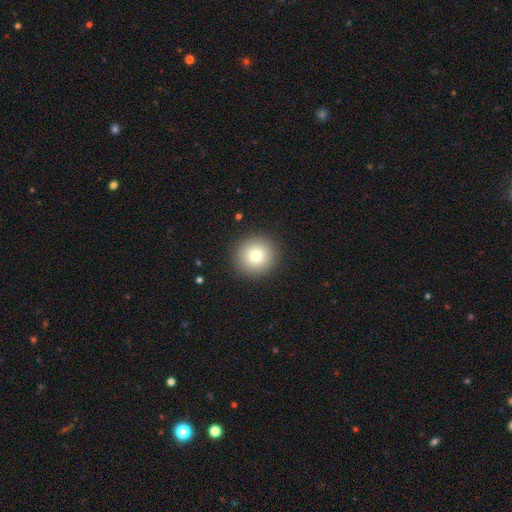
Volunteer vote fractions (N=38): Q: Smooth or featured?
A: smooth (79%); runner-up: featured or disk (13%)
Q: How rounded?
A: round (100%)
Q: Merging?
A: none (89%); runner-up: minor disturbance (6%)